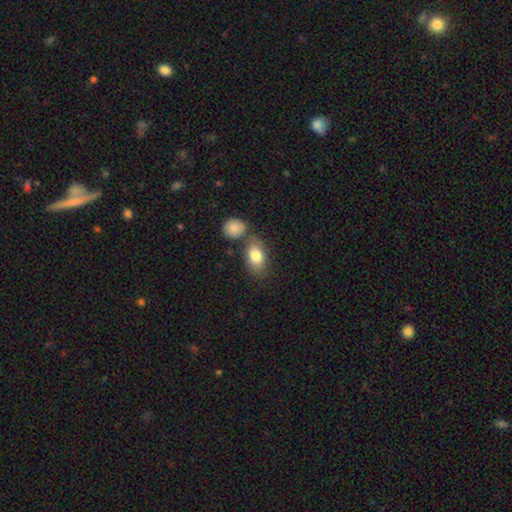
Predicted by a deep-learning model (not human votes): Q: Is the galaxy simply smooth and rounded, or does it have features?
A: smooth — 82%.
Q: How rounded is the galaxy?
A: in between — 88%.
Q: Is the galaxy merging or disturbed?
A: none — 61%.